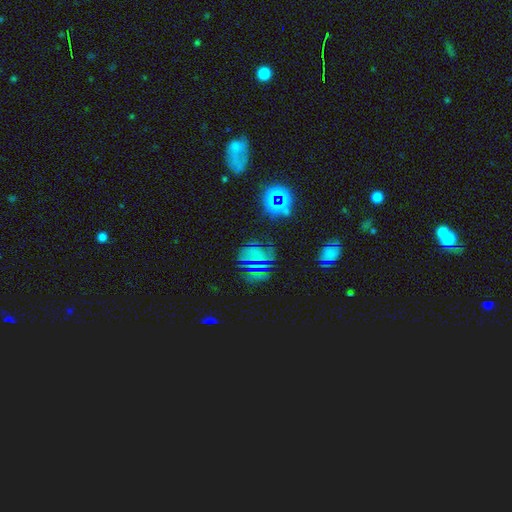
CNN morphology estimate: Smooth or featured: star or artifact — 55% (featured or disk — 23%)